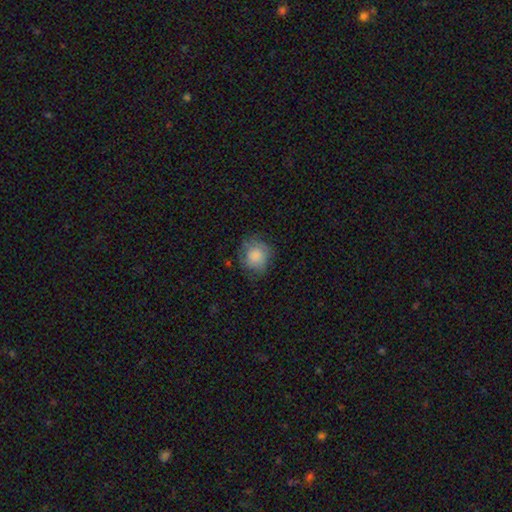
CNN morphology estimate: smooth-or-featured: smooth: 75% | featured or disk: 16% | star or artifact: 8%
  how-rounded: round: 84% | in between: 15% | cigar-shaped: 1%
  merging: none: 67% | minor disturbance: 22% | major disturbance: 10% | merger: 1%